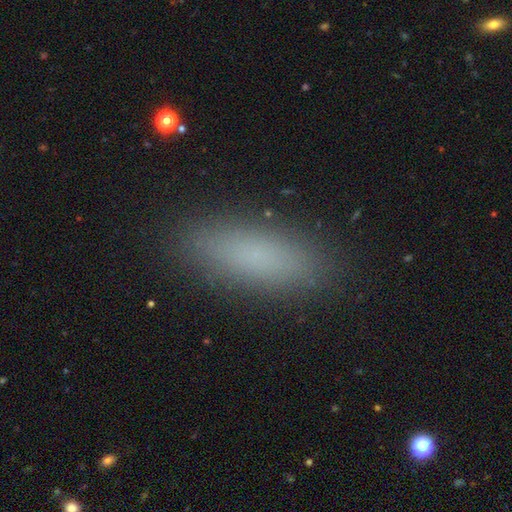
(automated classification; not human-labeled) Smooth or featured?
  - smooth: 81% *
  - star or artifact: 10%
  - featured or disk: 9%
How rounded?
  - in between: 57% *
  - cigar-shaped: 41%
  - round: 3%
Merging?
  - none: 88% *
  - minor disturbance: 9%
  - major disturbance: 2%
  - merger: 1%